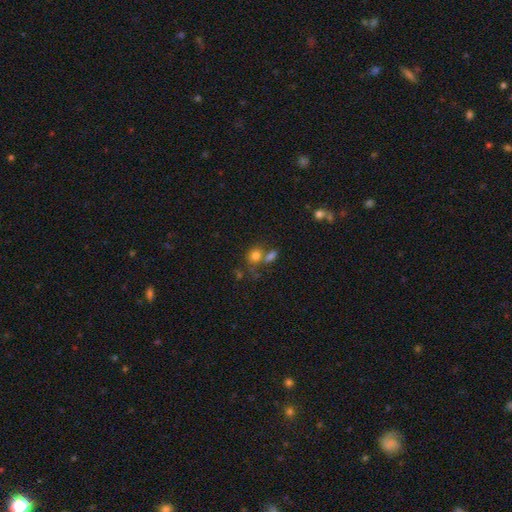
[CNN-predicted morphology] Smooth or featured: smooth — 77% (star or artifact — 13%)
How rounded: round — 59% (in between — 39%)
Merging: none — 47% (merger — 35%)